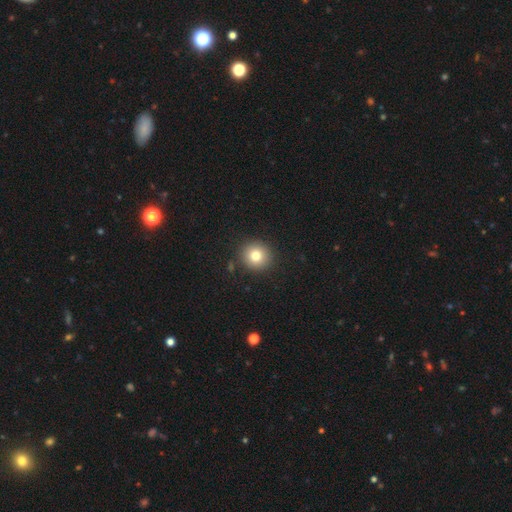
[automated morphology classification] type=smooth (79%); roundness=round (92%); merging=none (90%).